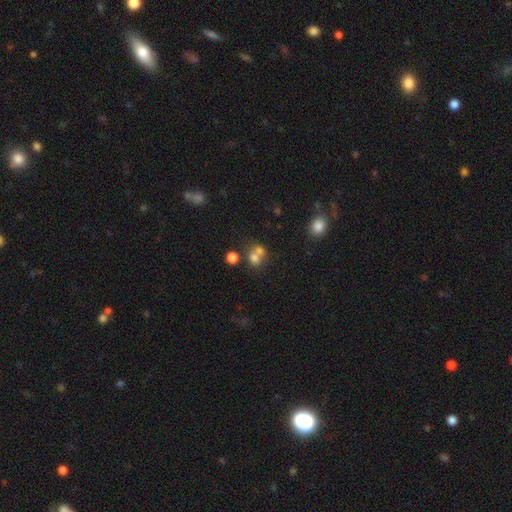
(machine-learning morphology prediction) Smooth or featured? smooth (69%)
How rounded? round (68%)
Merging? merger (55%)